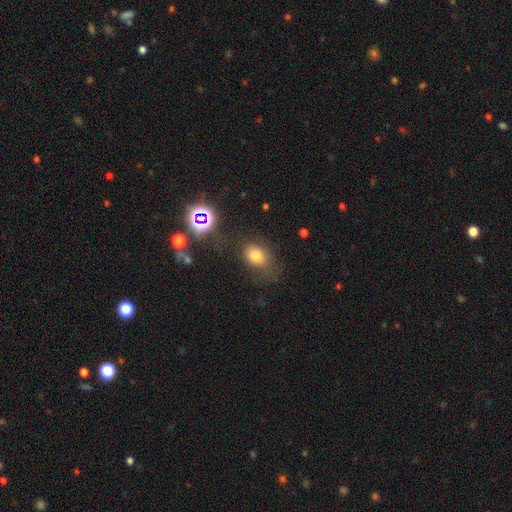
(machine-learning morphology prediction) Smooth or featured?
  - smooth: 73% *
  - star or artifact: 17%
  - featured or disk: 10%
How rounded?
  - in between: 60% *
  - round: 39%
  - cigar-shaped: 1%
Merging?
  - none: 60% *
  - minor disturbance: 22%
  - major disturbance: 14%
  - merger: 4%